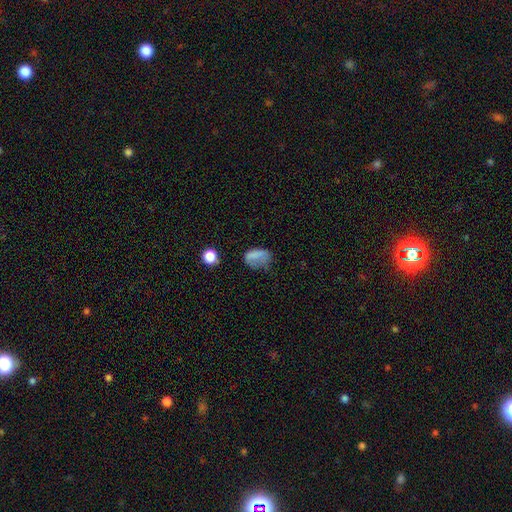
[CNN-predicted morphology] Smooth or featured?
  - smooth: 70% *
  - featured or disk: 16%
  - star or artifact: 14%
How rounded?
  - in between: 76% *
  - round: 20%
  - cigar-shaped: 4%
Merging?
  - none: 36% *
  - minor disturbance: 31%
  - major disturbance: 30%
  - merger: 3%